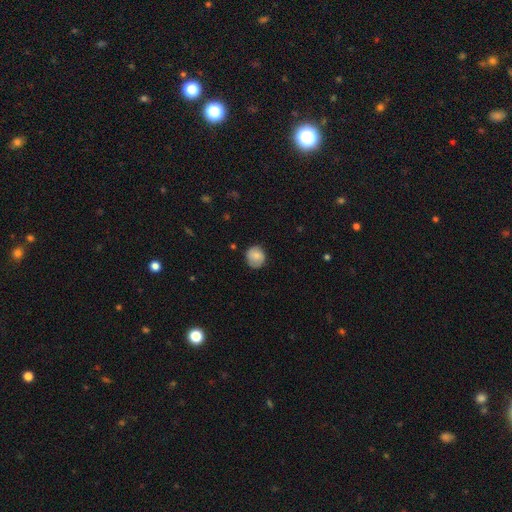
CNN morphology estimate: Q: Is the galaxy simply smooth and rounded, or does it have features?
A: smooth — 79%.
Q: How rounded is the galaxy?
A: round — 84%.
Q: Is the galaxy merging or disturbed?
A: none — 77%.